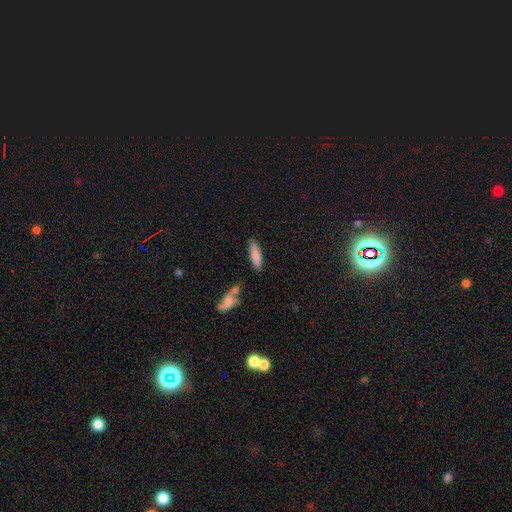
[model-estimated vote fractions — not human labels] Q: Smooth or featured?
A: smooth (83%); runner-up: featured or disk (11%)
Q: How rounded?
A: cigar-shaped (61%); runner-up: in between (37%)
Q: Merging?
A: none (78%); runner-up: minor disturbance (12%)